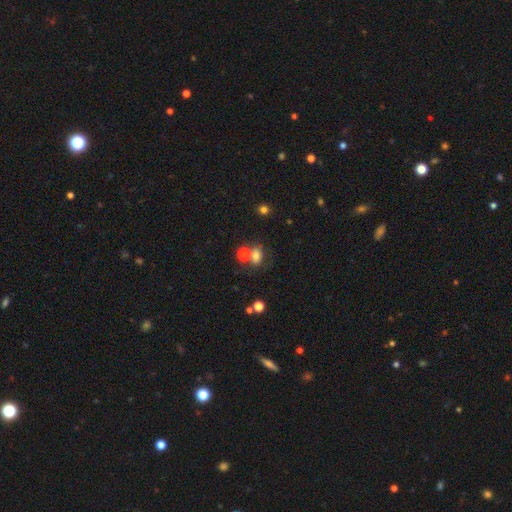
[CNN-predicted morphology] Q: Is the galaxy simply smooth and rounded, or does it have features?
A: smooth — 72%.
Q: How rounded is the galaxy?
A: in between — 61%.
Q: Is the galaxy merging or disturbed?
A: none — 49%.